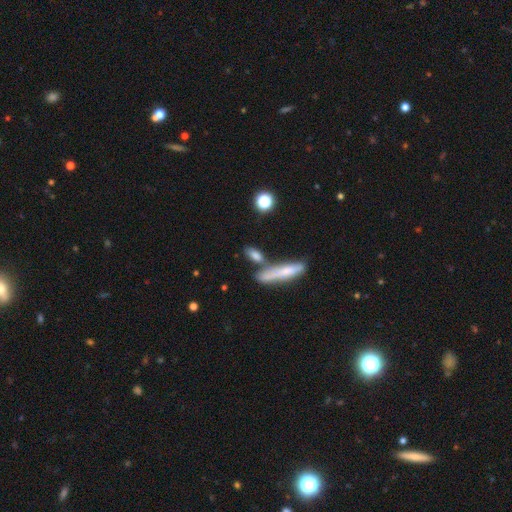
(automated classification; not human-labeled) This appears to be a smooth galaxy with no disk features (73%) that is in between round and cigar-shaped (53%). Merging: none (53%).